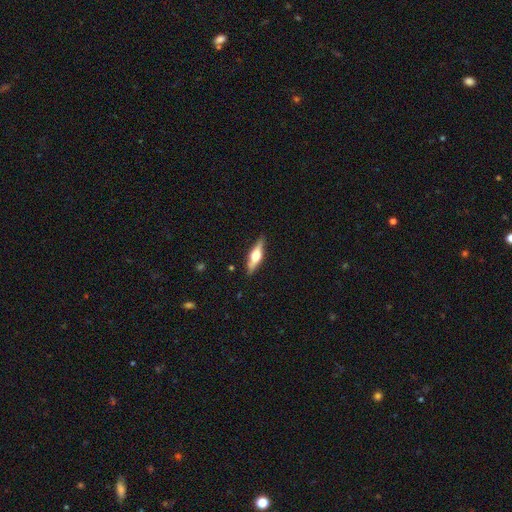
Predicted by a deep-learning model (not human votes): Q: Smooth or featured?
A: featured or disk (63%); runner-up: smooth (31%)
Q: Edge-on disk?
A: yes (95%); runner-up: no (5%)
Q: Edge-on bulge?
A: rounded (93%); runner-up: boxy (5%)
Q: Merging?
A: none (88%); runner-up: minor disturbance (9%)